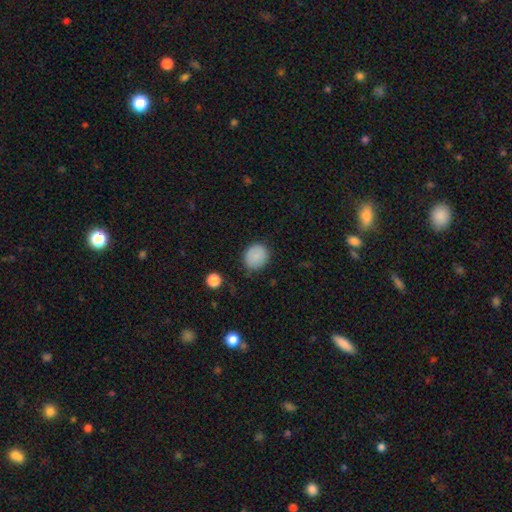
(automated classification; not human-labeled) smooth_or_featured: smooth (p=0.85) [alt: star or artifact p=0.09]
how_rounded: round (p=0.79) [alt: in between p=0.20]
merging: none (p=0.81) [alt: minor disturbance p=0.14]